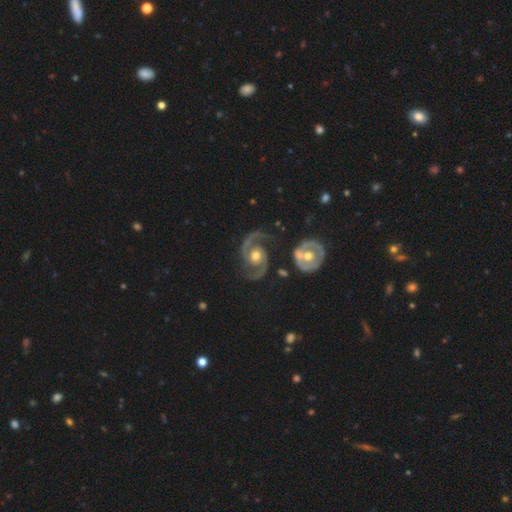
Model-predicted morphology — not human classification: A featured or disk galaxy (92%) with no bar (66%), 2 (93%) medium (58%) spiral arms (98%) and a moderate central bulge (72%).

Vote fractions:
- Smooth or featured? featured or disk: 92% / star or artifact: 4% / smooth: 4%
- Edge-on disk? no: 98% / yes: 2%
- Bar? no: 66% / weak: 26% / strong: 8%
- Spiral arms? yes: 98% / no: 2%
- Spiral winding? medium: 58% / loose: 24% / tight: 19%
- Spiral arm count? 2: 93% / 1: 2% / can't tell: 1% / 3: 1% / 4: 1% / more than 4: 1%
- Bulge size? moderate: 72% / small: 18% / large: 8% / none: 1% / dominant: 1%
- Merging? none: 69% / minor disturbance: 17% / major disturbance: 9% / merger: 6%